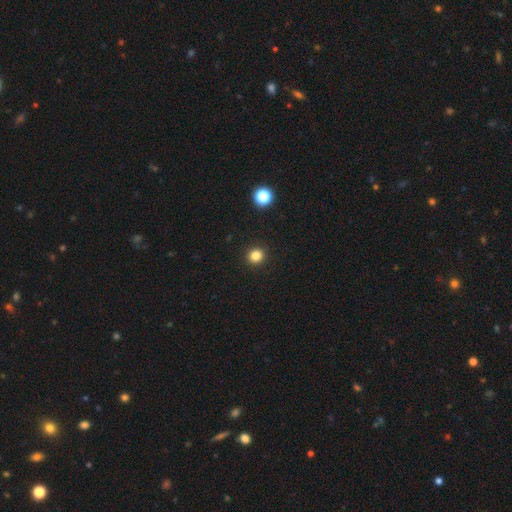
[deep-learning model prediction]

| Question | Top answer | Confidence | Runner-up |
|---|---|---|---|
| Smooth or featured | smooth | 83% | star or artifact (13%) |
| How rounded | round | 87% | in between (12%) |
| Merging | none | 93% | minor disturbance (5%) |